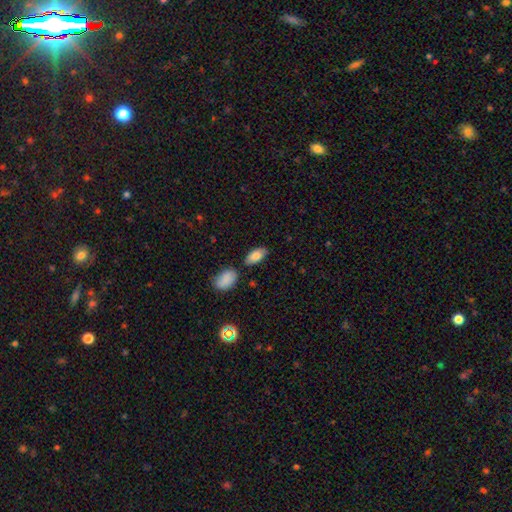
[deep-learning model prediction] Overall: smooth (82%). How rounded: in between (92%). Merging: none (77%).